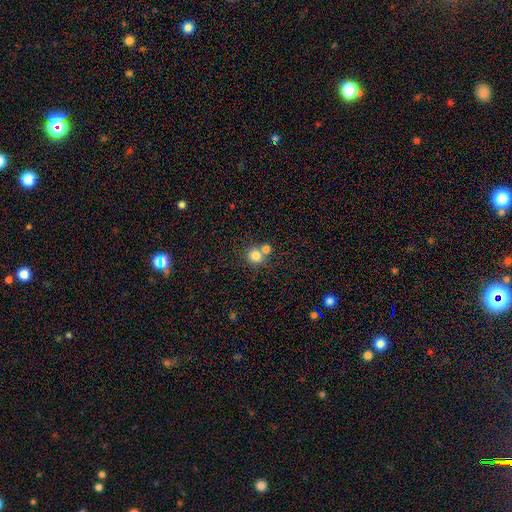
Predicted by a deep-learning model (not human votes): This appears to be a smooth galaxy with no disk features (80%) that is round (87%). Merging: none (48%).